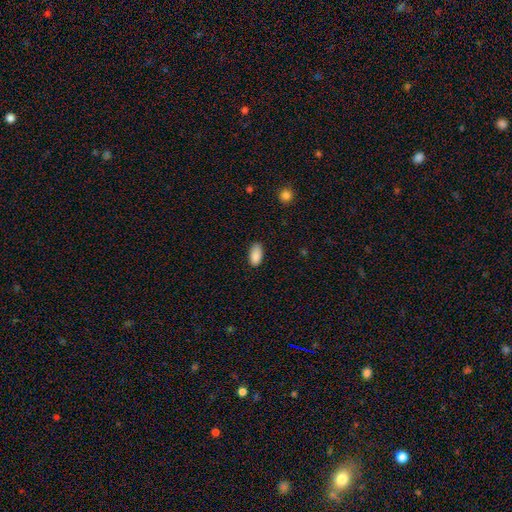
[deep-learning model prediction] smooth-or-featured: smooth: 89% | star or artifact: 8% | featured or disk: 4%
  how-rounded: in between: 93% | cigar-shaped: 4% | round: 3%
  merging: none: 80% | minor disturbance: 16% | major disturbance: 3% | merger: 1%